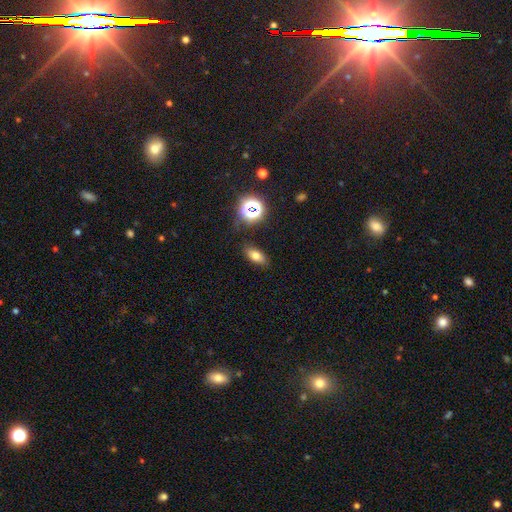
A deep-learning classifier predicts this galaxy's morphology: smooth 70%, star or artifact 16%, featured or disk 14%. Down the decision tree: how rounded — in between (81%); merging — none (84%).